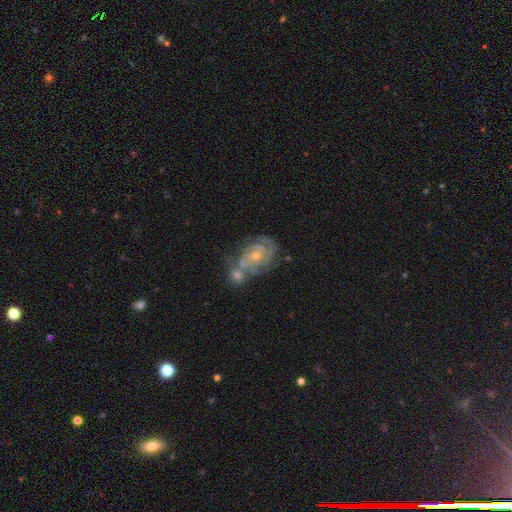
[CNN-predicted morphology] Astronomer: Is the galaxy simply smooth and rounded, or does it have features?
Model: featured or disk — 82%.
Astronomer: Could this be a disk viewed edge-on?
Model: no — 97%.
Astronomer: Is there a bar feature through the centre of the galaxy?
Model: no — 64%.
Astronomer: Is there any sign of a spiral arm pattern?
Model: yes — 94%.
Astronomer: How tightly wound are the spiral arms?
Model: tight — 60%.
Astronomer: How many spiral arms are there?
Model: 2 — 39% (runner-up: can't tell, 26%).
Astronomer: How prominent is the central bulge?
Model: small — 53% (runner-up: moderate, 43%).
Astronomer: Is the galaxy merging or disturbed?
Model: merger — 41% (runner-up: none, 37%).